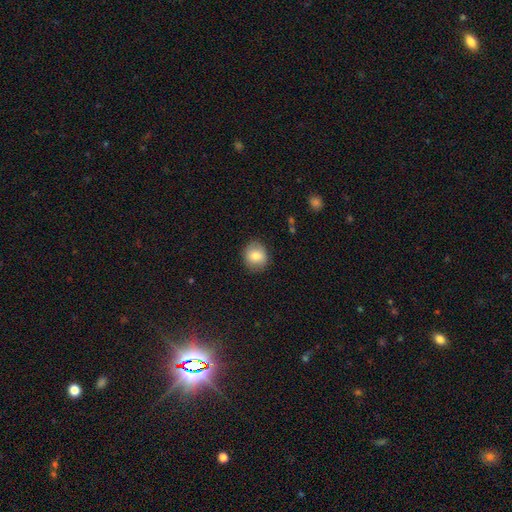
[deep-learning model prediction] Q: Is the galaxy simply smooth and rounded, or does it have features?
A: smooth — 78%.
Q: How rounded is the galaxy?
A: round — 75%.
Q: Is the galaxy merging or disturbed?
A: none — 85%.